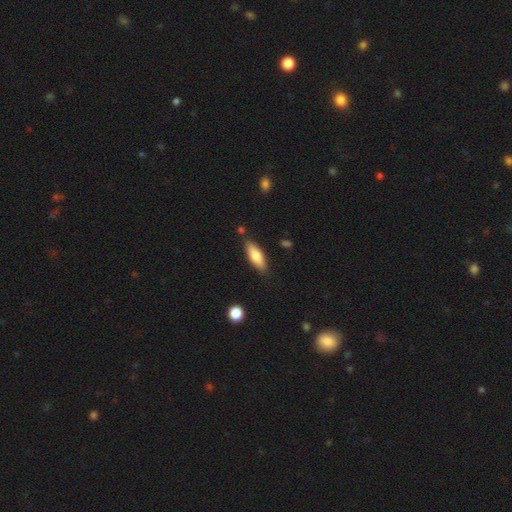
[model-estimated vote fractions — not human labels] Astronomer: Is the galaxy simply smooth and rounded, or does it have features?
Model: smooth — 76%.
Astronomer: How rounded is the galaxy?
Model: in between — 59% (runner-up: cigar-shaped, 39%).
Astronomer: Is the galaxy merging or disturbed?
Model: none — 83%.